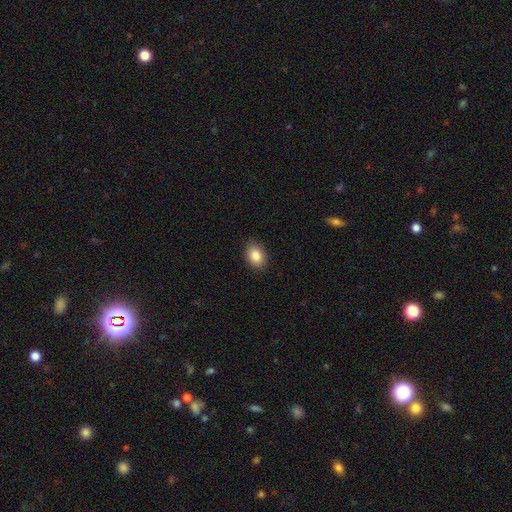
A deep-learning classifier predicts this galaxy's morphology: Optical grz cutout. It shows a smooth galaxy with no disk features (85%) that is in between round and cigar-shaped (75%). Merging: none (88%).